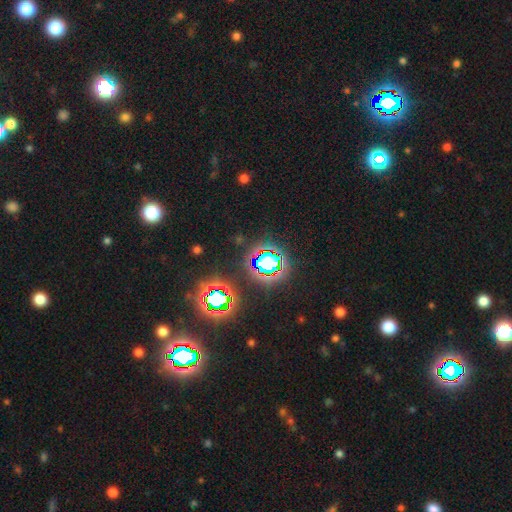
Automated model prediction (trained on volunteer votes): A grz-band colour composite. It shows a star or artifact, not a galaxy (79%).